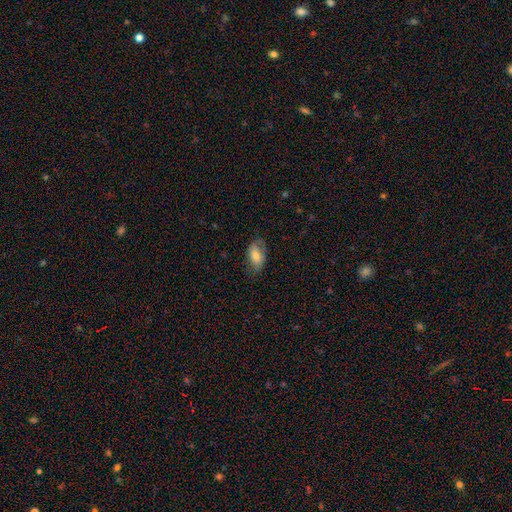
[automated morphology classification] Smooth or featured? smooth (67%)
How rounded? in between (91%)
Merging? none (67%)